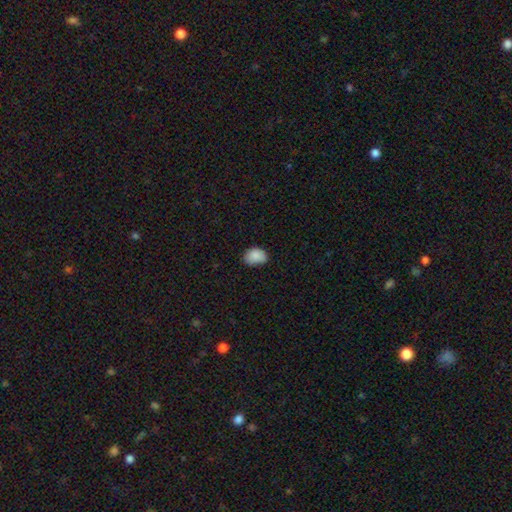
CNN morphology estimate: Smooth or featured? smooth (87%)
How rounded? in between (73%)
Merging? none (68%)